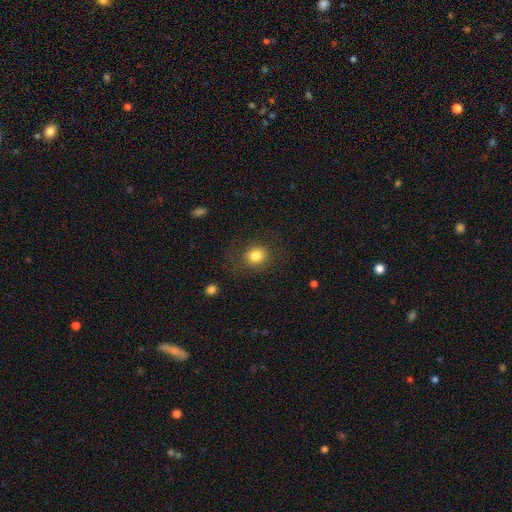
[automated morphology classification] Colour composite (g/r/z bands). It shows a smooth galaxy with no disk features (83%) that is round (80%). Merging: none (80%).